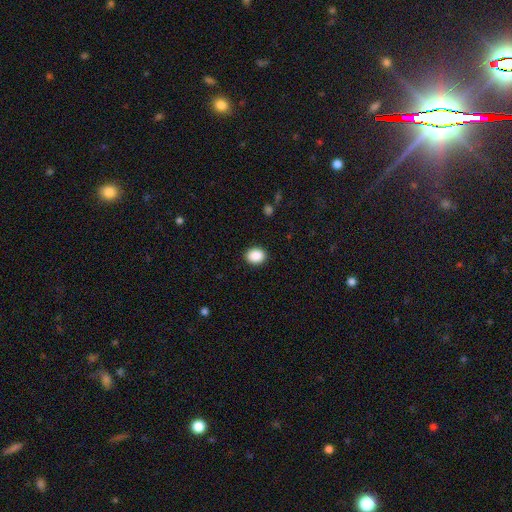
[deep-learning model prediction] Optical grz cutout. It shows a smooth galaxy with no disk features (89%) that is round (52%). Merging: none (91%).